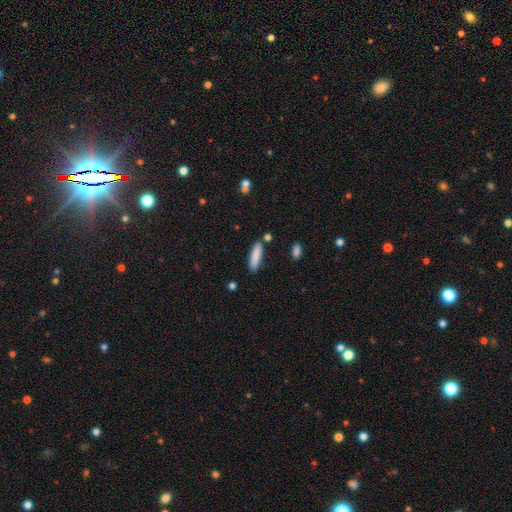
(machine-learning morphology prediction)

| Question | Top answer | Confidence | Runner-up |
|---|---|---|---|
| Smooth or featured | smooth | 86% | featured or disk (8%) |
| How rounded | cigar-shaped | 74% | in between (25%) |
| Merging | none | 84% | minor disturbance (10%) |